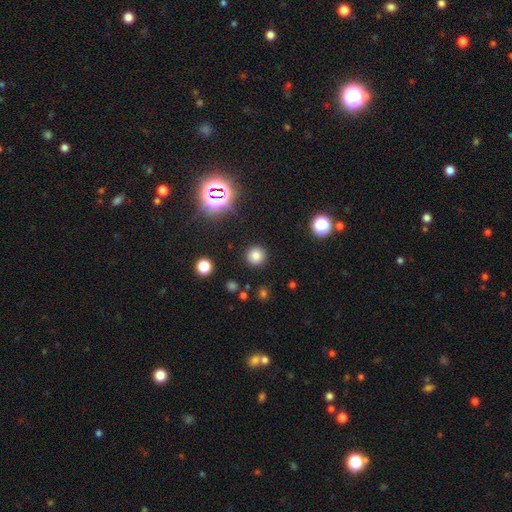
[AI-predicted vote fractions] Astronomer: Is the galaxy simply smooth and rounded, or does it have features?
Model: smooth — 78%.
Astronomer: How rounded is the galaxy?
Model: round — 94%.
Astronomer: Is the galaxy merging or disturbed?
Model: none — 91%.